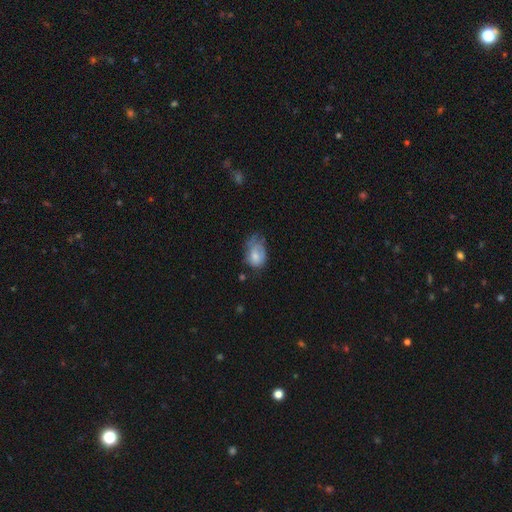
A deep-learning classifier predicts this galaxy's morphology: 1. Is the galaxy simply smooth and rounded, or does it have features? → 69% smooth, 23% featured or disk, 8% star or artifact.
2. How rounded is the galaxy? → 75% in between, 24% round, 1% cigar-shaped.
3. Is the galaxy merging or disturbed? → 39% minor disturbance, 29% major disturbance, 28% none, 3% merger.